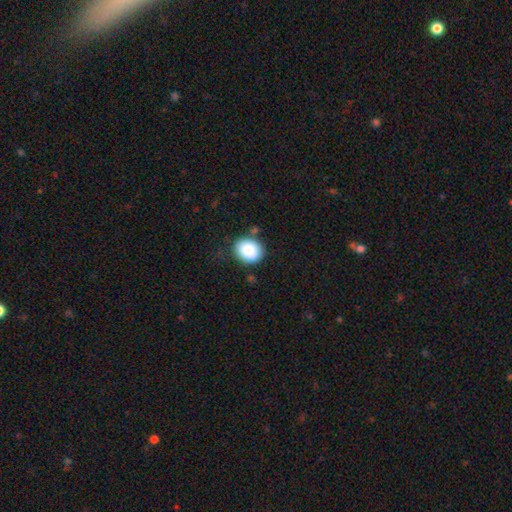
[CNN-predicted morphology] Smooth or featured? Predicted: smooth (p=0.85). How rounded? Predicted: round (p=0.65). Merging? Predicted: none (p=0.78).